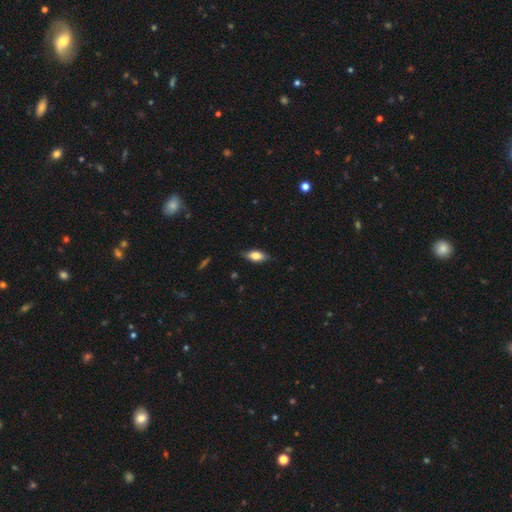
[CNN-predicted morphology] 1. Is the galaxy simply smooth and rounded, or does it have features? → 74% smooth, 19% featured or disk, 7% star or artifact.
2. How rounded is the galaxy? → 84% in between, 12% cigar-shaped, 4% round.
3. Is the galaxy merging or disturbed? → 80% none, 16% minor disturbance, 3% major disturbance, 1% merger.